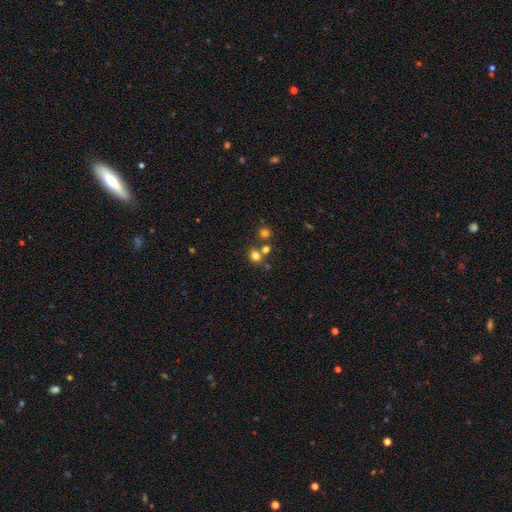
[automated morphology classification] Smooth or featured? smooth (76%)
How rounded? round (71%)
Merging? none (62%)